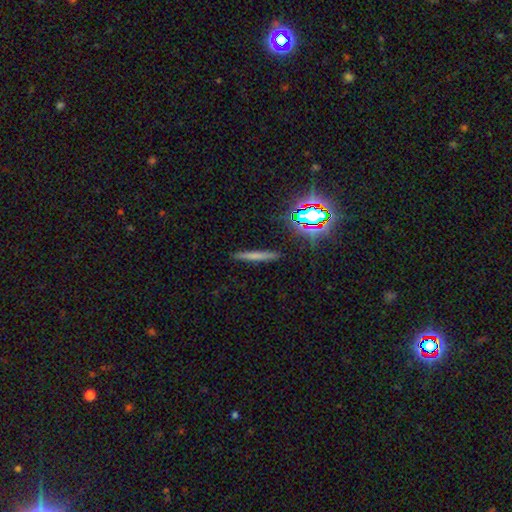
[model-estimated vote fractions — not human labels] Overall: smooth (60%; featured or disk 24%). How rounded: cigar-shaped (93%). Merging: none (89%).